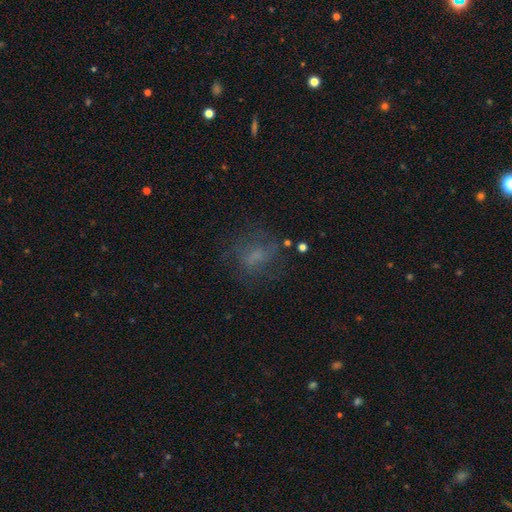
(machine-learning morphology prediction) A smooth galaxy with no disk features (47%).

Vote fractions:
- Smooth or featured? smooth: 47% / featured or disk: 32% / star or artifact: 21%
- Merging? none: 61% / major disturbance: 19% / minor disturbance: 18% / merger: 2%